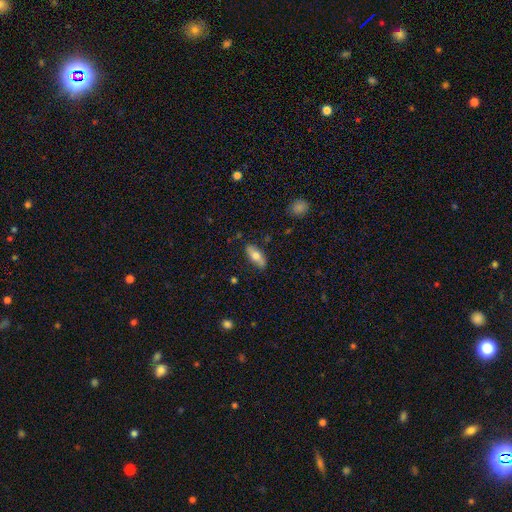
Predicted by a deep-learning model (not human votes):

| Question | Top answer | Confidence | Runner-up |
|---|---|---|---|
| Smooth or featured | smooth | 65% | featured or disk (29%) |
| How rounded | in between | 73% | cigar-shaped (24%) |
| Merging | none | 82% | minor disturbance (14%) |